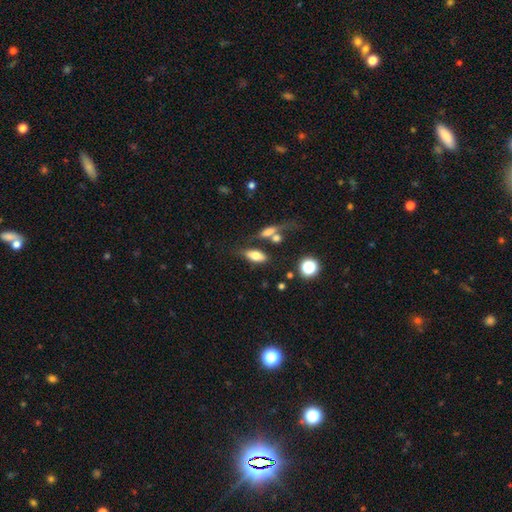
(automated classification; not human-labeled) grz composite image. It shows a smooth galaxy with no disk features (71%) that is in between round and cigar-shaped (82%). Merging: none (60%).